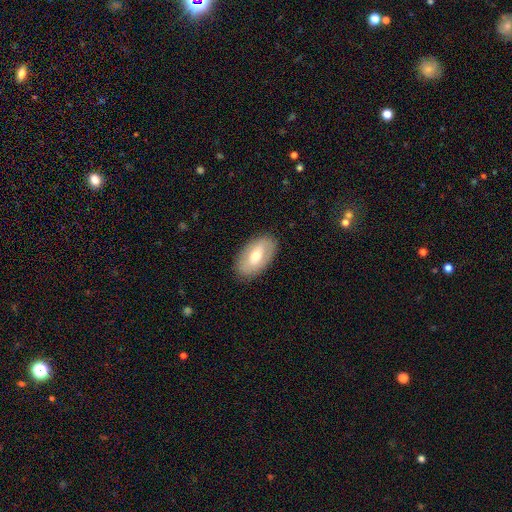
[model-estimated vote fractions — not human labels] Smooth or featured?
  - smooth: 57% *
  - featured or disk: 37%
  - star or artifact: 6%
How rounded?
  - in between: 93% *
  - round: 5%
  - cigar-shaped: 2%
Merging?
  - none: 86% *
  - minor disturbance: 10%
  - major disturbance: 3%
  - merger: 1%